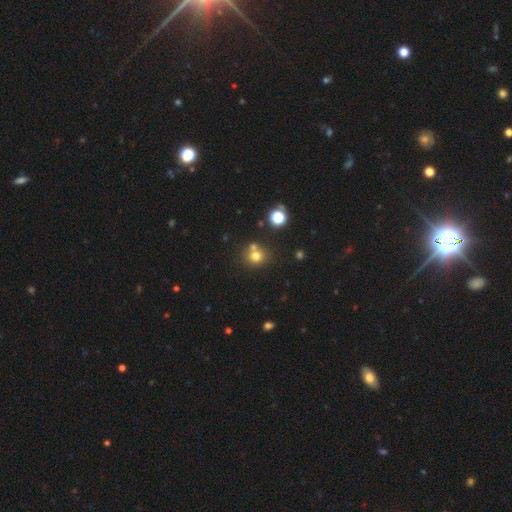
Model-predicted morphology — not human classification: Smooth or featured? Predicted: smooth (p=0.73). How rounded? Predicted: round (p=0.82). Merging? Predicted: none (p=0.58).